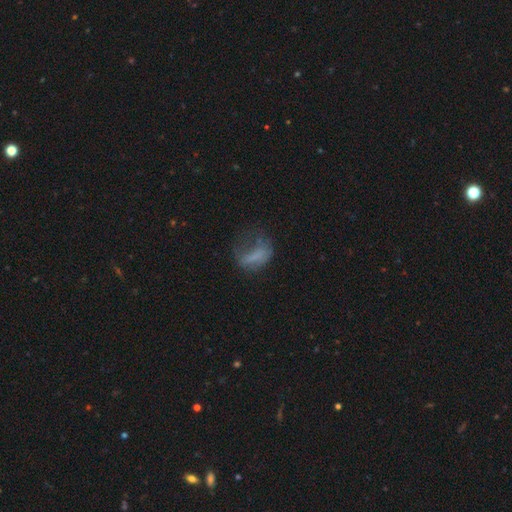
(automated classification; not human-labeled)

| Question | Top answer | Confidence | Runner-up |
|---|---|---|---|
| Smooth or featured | smooth | 55% | featured or disk (29%) |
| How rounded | in between | 72% | round (15%) |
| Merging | major disturbance | 45% | none (30%) |